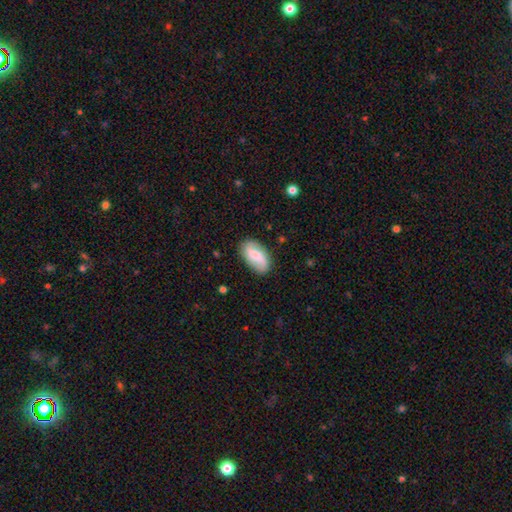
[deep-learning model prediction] Overall: smooth (55%; featured or disk 38%). How rounded: in between (93%). Merging: none (83%).